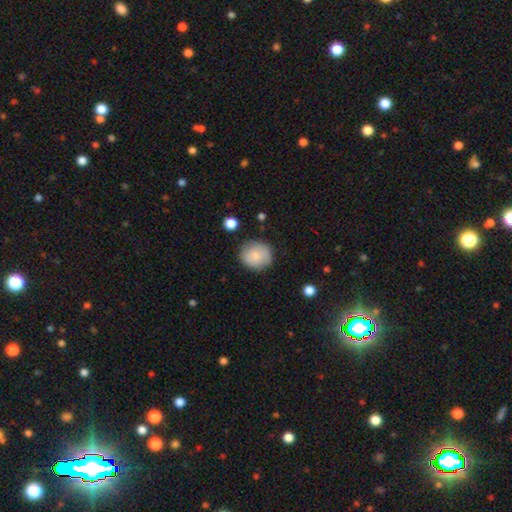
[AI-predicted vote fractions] Smooth or featured?
  - smooth: 75% *
  - featured or disk: 17%
  - star or artifact: 7%
How rounded?
  - round: 86% *
  - in between: 13%
  - cigar-shaped: 1%
Merging?
  - none: 81% *
  - minor disturbance: 14%
  - major disturbance: 3%
  - merger: 2%